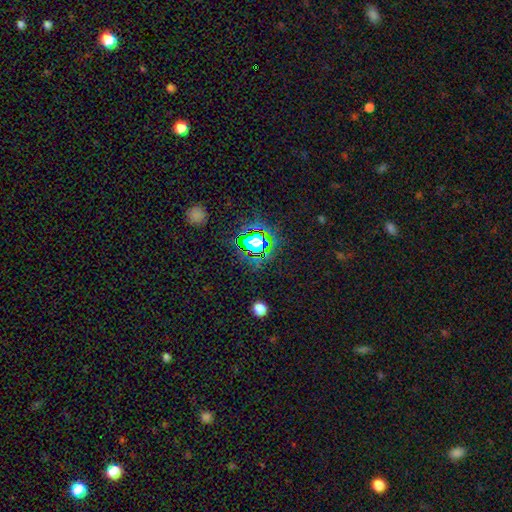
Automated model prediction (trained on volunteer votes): The model was most divided on "smooth or featured": star or artifact: 78%, smooth: 14%, featured or disk: 7%.